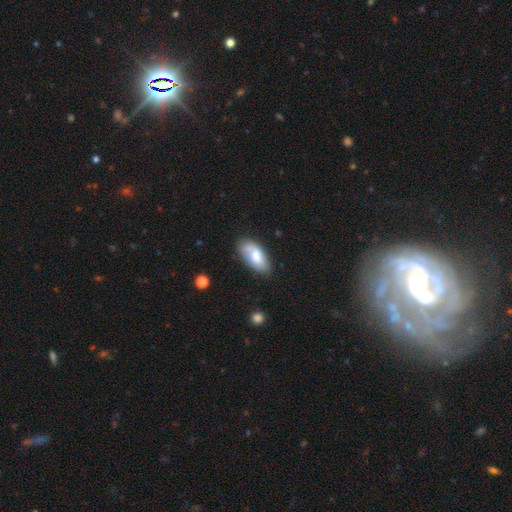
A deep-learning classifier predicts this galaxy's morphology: smooth-or-featured: smooth: 70% | featured or disk: 23% | star or artifact: 6%
  how-rounded: in between: 92% | cigar-shaped: 6% | round: 2%
  merging: none: 69% | minor disturbance: 22% | major disturbance: 5% | merger: 4%